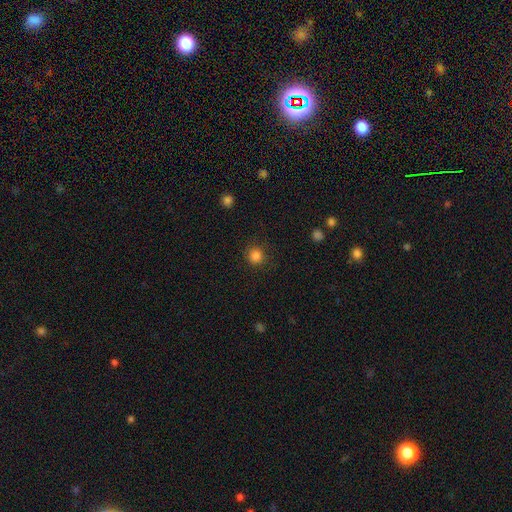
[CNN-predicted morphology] The model was most divided on "smooth or featured": smooth: 84%, star or artifact: 12%, featured or disk: 4%. More confident: how rounded — round (92%); merging — none (87%).